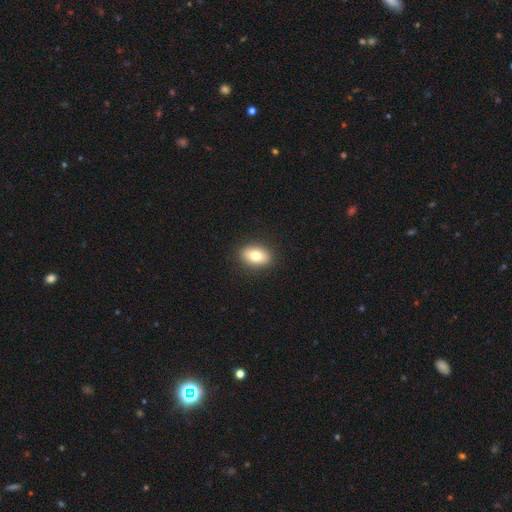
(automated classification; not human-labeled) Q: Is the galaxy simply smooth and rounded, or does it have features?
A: smooth — 77%.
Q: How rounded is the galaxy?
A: in between — 82%.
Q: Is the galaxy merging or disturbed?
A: none — 90%.